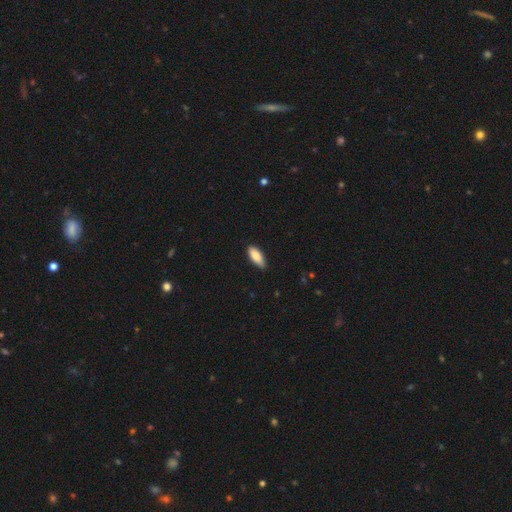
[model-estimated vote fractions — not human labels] Smooth or featured? Predicted: smooth (p=0.84). How rounded? Predicted: in between (p=0.78). Merging? Predicted: none (p=0.82).